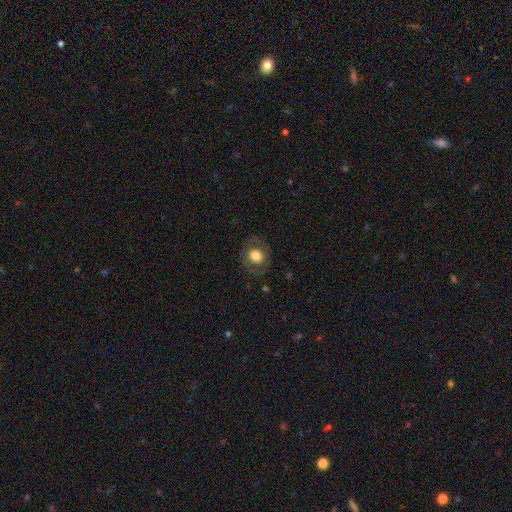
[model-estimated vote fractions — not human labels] Smooth or featured?
  - smooth: 61% *
  - featured or disk: 31%
  - star or artifact: 8%
How rounded?
  - round: 73% *
  - in between: 26%
  - cigar-shaped: 1%
Merging?
  - none: 78% *
  - minor disturbance: 13%
  - major disturbance: 8%
  - merger: 1%